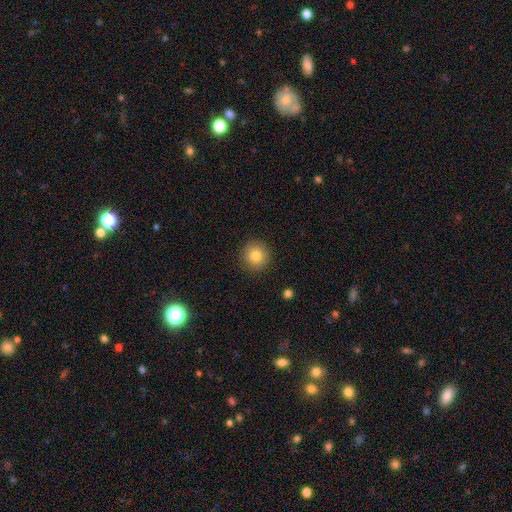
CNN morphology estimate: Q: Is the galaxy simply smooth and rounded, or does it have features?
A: smooth — 81%.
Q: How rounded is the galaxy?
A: round — 94%.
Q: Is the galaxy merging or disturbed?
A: none — 91%.